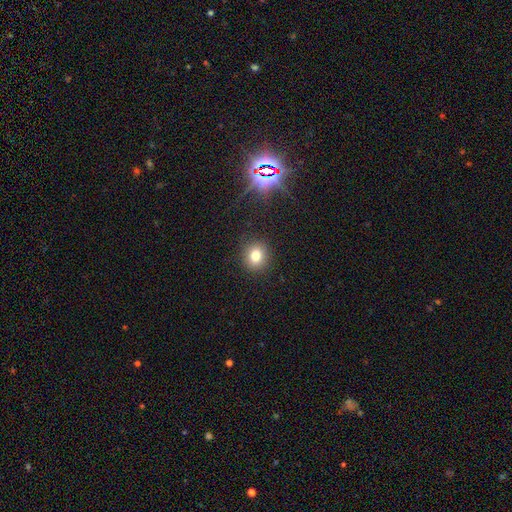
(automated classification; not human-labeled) Smooth or featured? smooth (77%)
How rounded? round (76%)
Merging? none (89%)